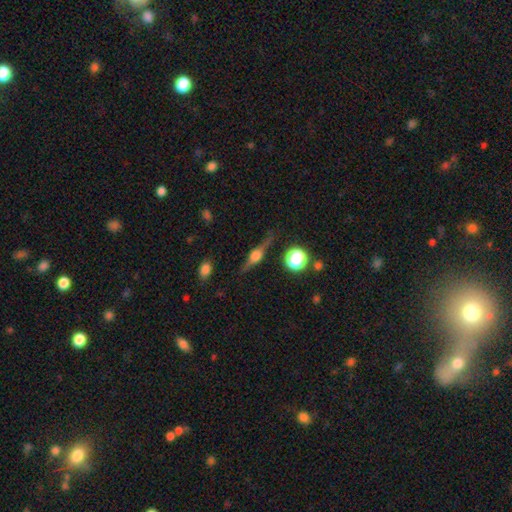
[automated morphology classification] type=featured or disk (75%); edge-on=yes (96%); edge-on bulge=rounded (90%); merging=none (84%).